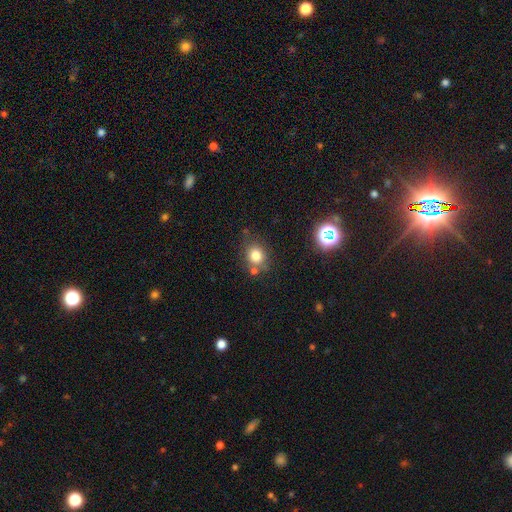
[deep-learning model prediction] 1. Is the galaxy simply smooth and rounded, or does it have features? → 78% smooth, 13% star or artifact, 9% featured or disk.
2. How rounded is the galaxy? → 69% round, 30% in between, 1% cigar-shaped.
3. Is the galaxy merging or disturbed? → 67% none, 15% minor disturbance, 13% merger, 5% major disturbance.